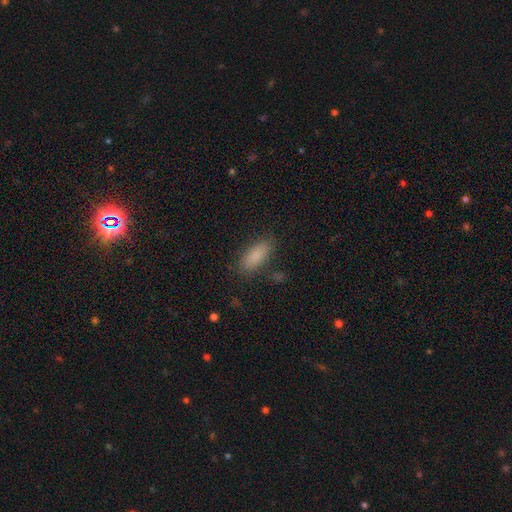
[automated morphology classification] This appears to be a smooth galaxy with no disk features (85%) that is in between round and cigar-shaped (75%). Merging: none (83%).